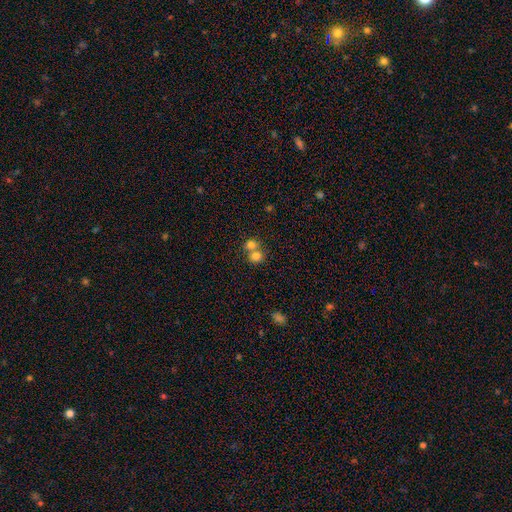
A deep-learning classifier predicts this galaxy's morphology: type=smooth (78%); roundness=round (75%); merging=merger (57%).